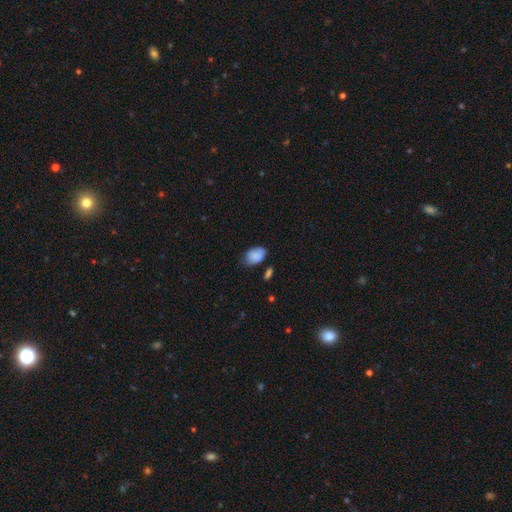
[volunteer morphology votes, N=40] type=smooth (92%); roundness=in between (92%); merging=none (49%).